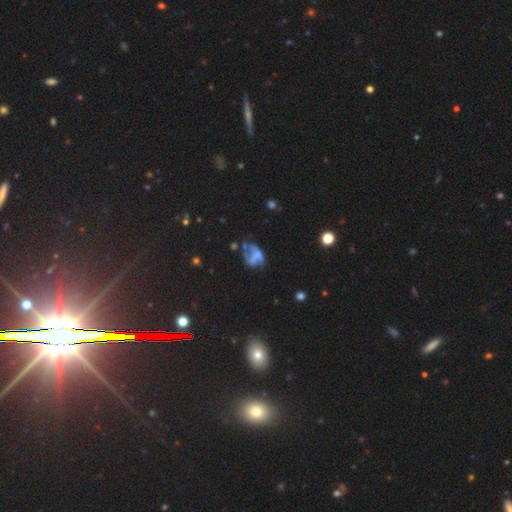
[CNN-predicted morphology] A featured or disk galaxy (50%). Merging: major disturbance (40%).